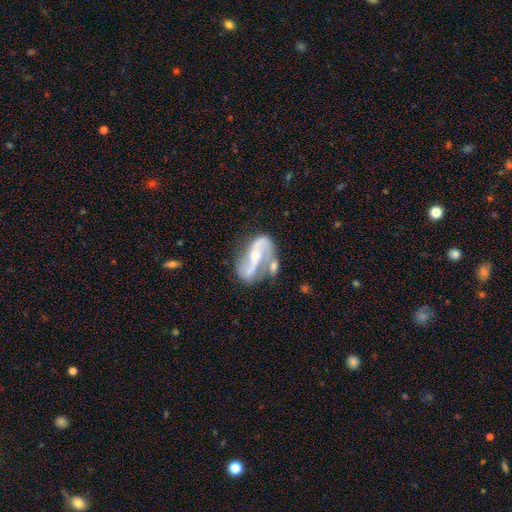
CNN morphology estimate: A featured or disk galaxy (89%) with a strong bar (38%), 2 (92%) loose (52%) spiral arms (95%) and a small central bulge (55%). Merging: none (54%).